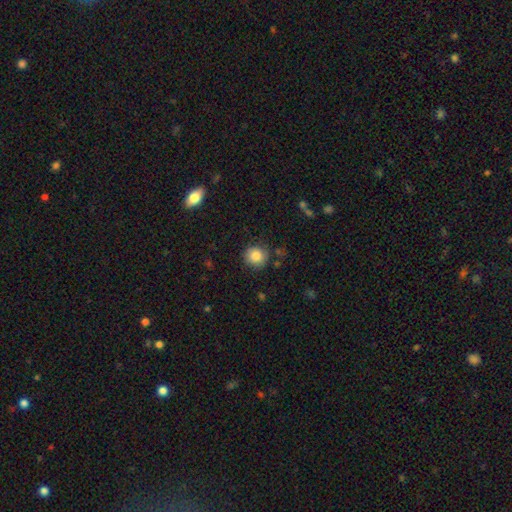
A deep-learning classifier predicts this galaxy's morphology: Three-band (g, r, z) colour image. It shows a smooth galaxy with no disk features (85%) that is round (90%). Merging: none (83%).